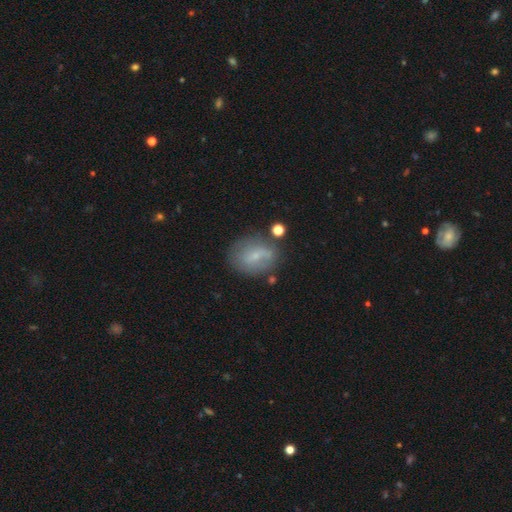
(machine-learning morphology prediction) Smooth or featured? Predicted: smooth (p=0.49). Merging? Predicted: none (p=0.63).